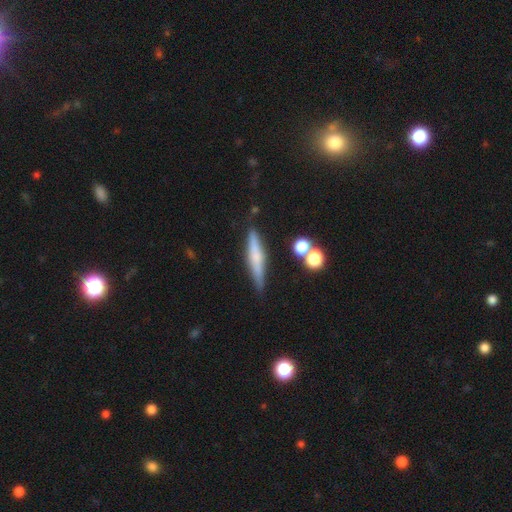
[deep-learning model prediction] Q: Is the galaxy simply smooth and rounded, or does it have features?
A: featured or disk — 46%, tied with smooth.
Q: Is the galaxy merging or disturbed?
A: none — 83%.